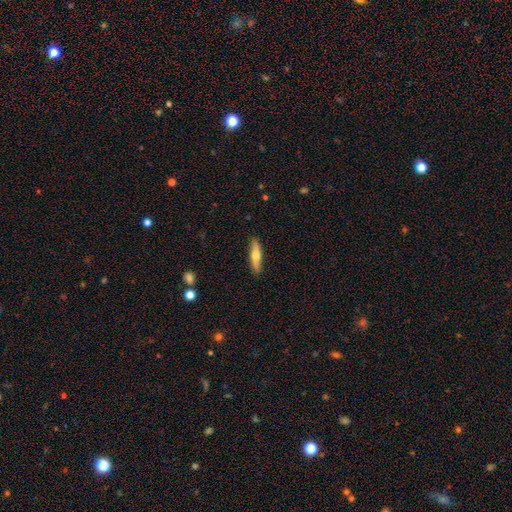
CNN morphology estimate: smooth 53%, featured or disk 41%, star or artifact 6%. Down the decision tree: how rounded — cigar-shaped (80%); merging — none (89%).